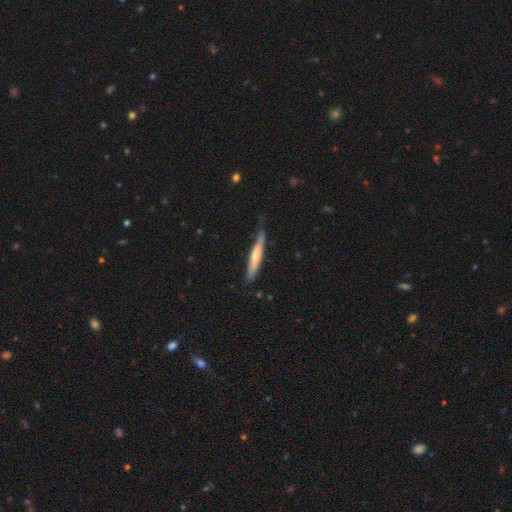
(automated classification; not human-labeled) A smooth galaxy with no disk features (54%) that is cigar-shaped (92%).

Vote fractions:
- Smooth or featured? smooth: 54% / featured or disk: 41% / star or artifact: 5%
- How rounded? cigar-shaped: 92% / in between: 7% / round: 1%
- Merging? none: 70% / minor disturbance: 24% / major disturbance: 4% / merger: 2%